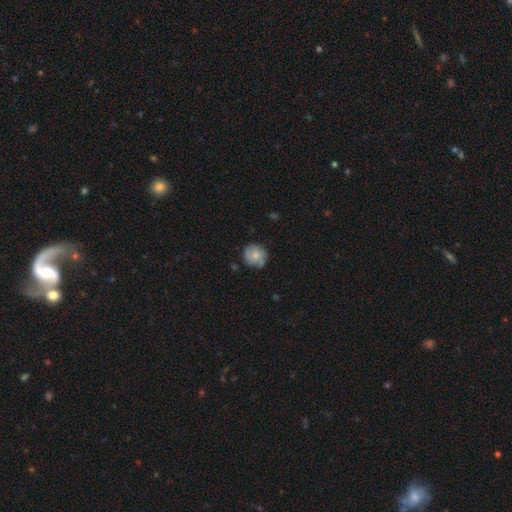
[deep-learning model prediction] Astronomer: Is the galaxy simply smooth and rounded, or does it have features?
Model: smooth — 69%.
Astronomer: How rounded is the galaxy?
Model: round — 86%.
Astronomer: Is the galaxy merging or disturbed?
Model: none — 72%.